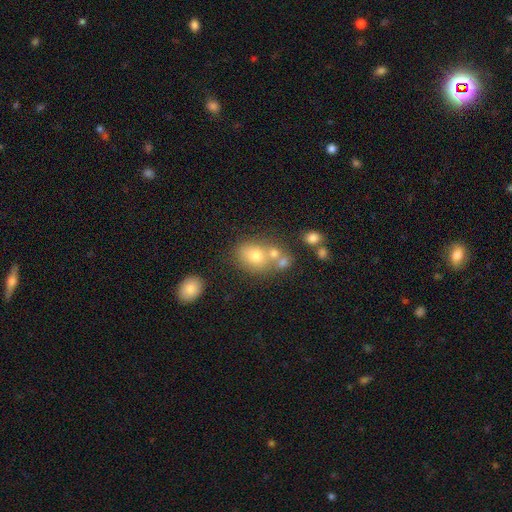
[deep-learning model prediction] smooth 71%, featured or disk 17%, star or artifact 12%. Down the decision tree: how rounded — in between (51%); merging — none (47%).